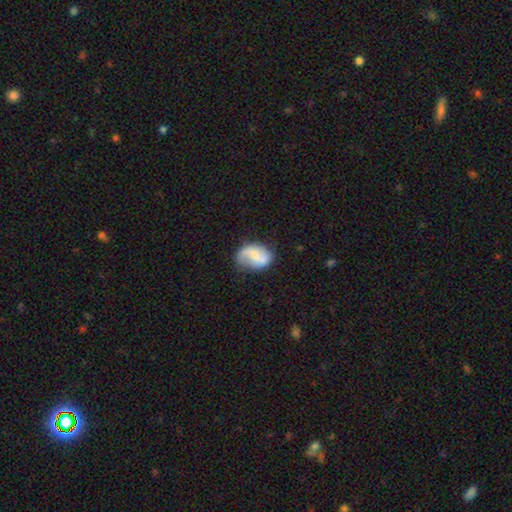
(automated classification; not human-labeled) A featured or disk galaxy (64%) with no bar (43%), 2 (81%) loose (55%) spiral arms (88%) and a small central bulge (46%).

Vote fractions:
- Smooth or featured? featured or disk: 64% / smooth: 30% / star or artifact: 6%
- Edge-on disk? no: 97% / yes: 3%
- Bar? no: 43% / weak: 42% / strong: 15%
- Spiral arms? yes: 88% / no: 12%
- Spiral winding? loose: 55% / medium: 34% / tight: 11%
- Spiral arm count? 2: 81% / 1: 10% / can't tell: 6% / 3: 1% / 4: 1% / more than 4: 1%
- Bulge size? small: 46% / moderate: 38% / none: 11% / large: 3% / dominant: 1%
- Merging? none: 60% / minor disturbance: 26% / major disturbance: 10% / merger: 3%